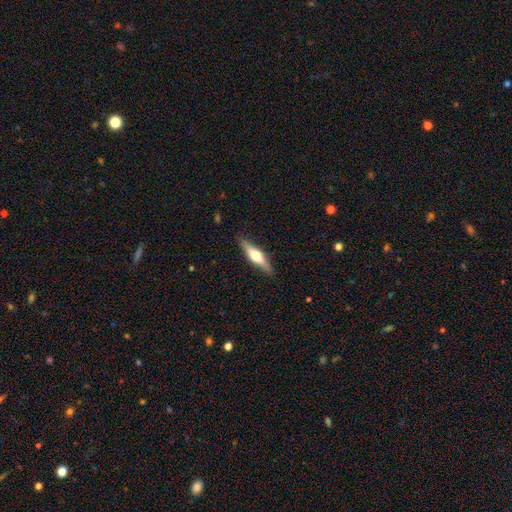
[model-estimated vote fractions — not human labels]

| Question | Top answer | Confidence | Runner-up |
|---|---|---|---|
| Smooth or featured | featured or disk | 52% | smooth (43%) |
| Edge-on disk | yes | 92% | no (8%) |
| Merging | none | 87% | minor disturbance (10%) |